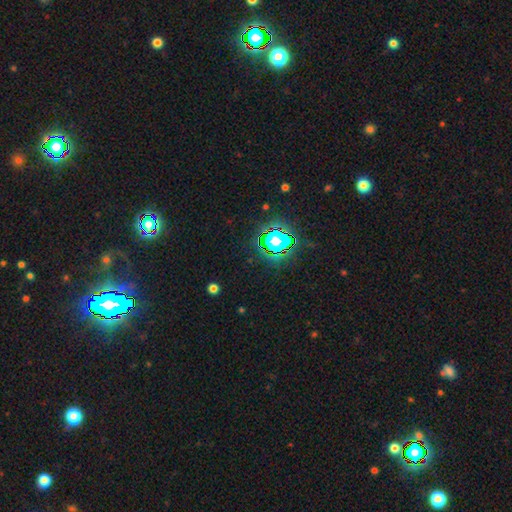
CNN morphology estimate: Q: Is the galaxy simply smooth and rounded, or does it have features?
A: star or artifact — 83%.